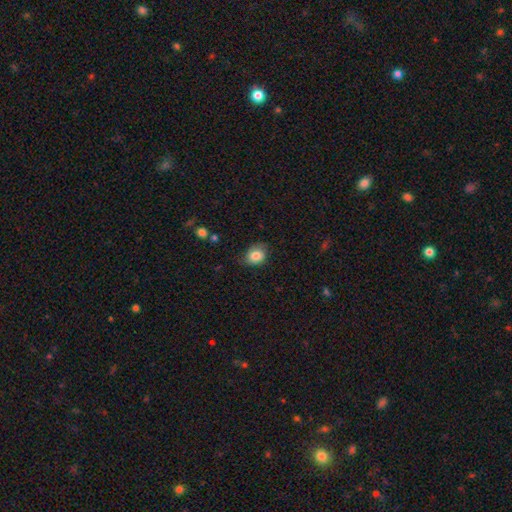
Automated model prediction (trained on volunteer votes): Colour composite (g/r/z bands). It shows a smooth galaxy with no disk features (82%) that is in between round and cigar-shaped (50%). Merging: none (67%).